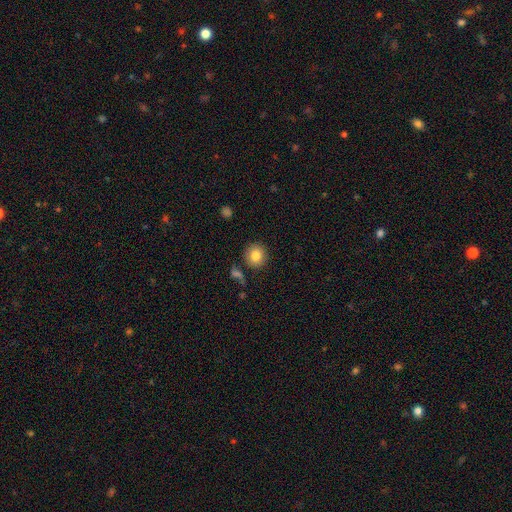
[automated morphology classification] A smooth galaxy with no disk features (83%) that is round (89%).

Vote fractions:
- Smooth or featured? smooth: 83% / star or artifact: 9% / featured or disk: 8%
- How rounded? round: 89% / in between: 10% / cigar-shaped: 1%
- Merging? none: 85% / minor disturbance: 8% / merger: 4% / major disturbance: 3%